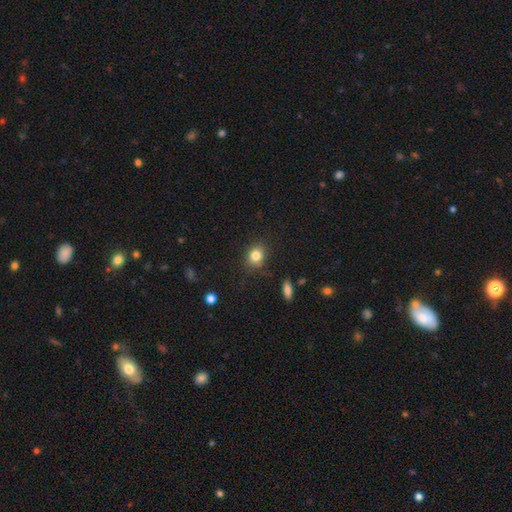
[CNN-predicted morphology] Overall: smooth (82%). How rounded: round (64%; in between 35%). Merging: none (82%).